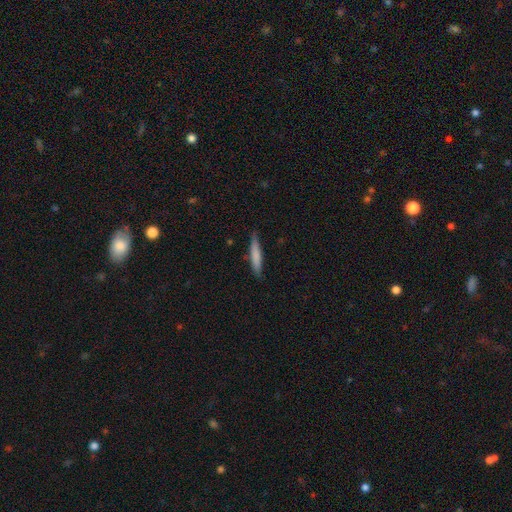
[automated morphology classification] A smooth galaxy with no disk features (74%) that is cigar-shaped (91%).

Vote fractions:
- Smooth or featured? smooth: 74% / featured or disk: 20% / star or artifact: 6%
- How rounded? cigar-shaped: 91% / in between: 8% / round: 1%
- Merging? none: 84% / minor disturbance: 12% / major disturbance: 2% / merger: 1%